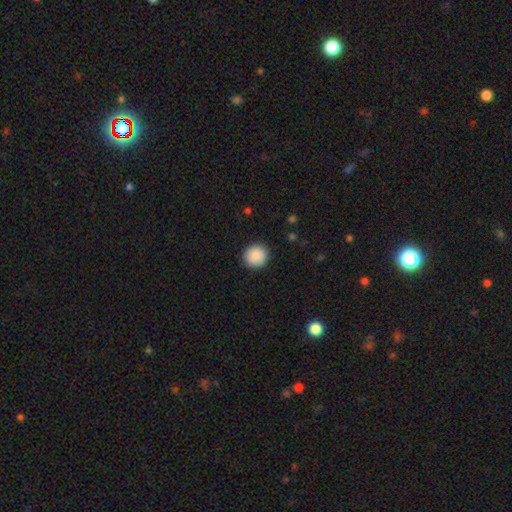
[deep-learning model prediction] Smooth or featured: smooth — 90% (star or artifact — 8%)
How rounded: round — 92% (in between — 7%)
Merging: none — 91% (minor disturbance — 6%)